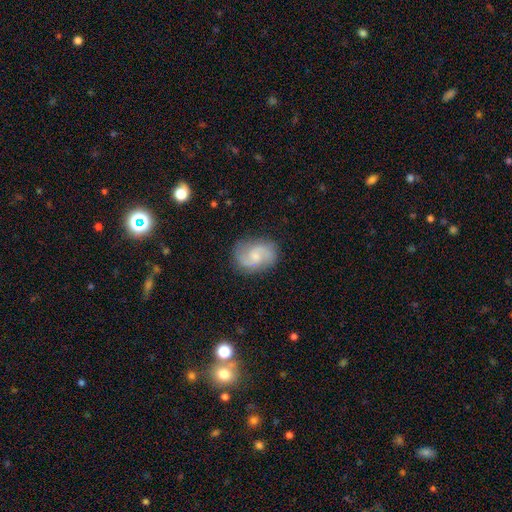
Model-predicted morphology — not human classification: This appears to be a featured or disk galaxy (72%) with no bar (52%), 2 (90%) medium (50%) spiral arms (95%) and a small central bulge (50%). Merging: none (80%).